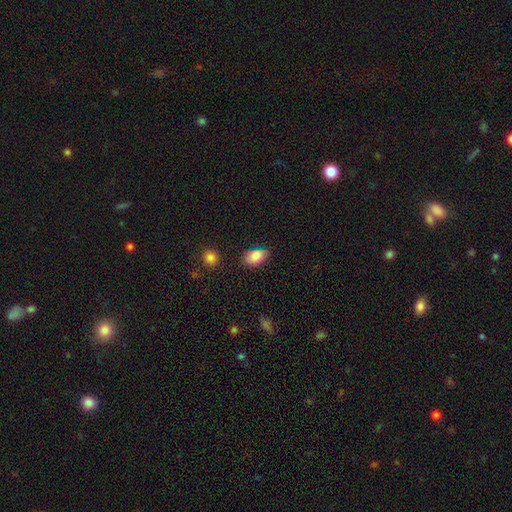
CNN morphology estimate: Q: Smooth or featured?
A: smooth (86%); runner-up: star or artifact (8%)
Q: How rounded?
A: in between (89%); runner-up: round (9%)
Q: Merging?
A: none (73%); runner-up: minor disturbance (21%)